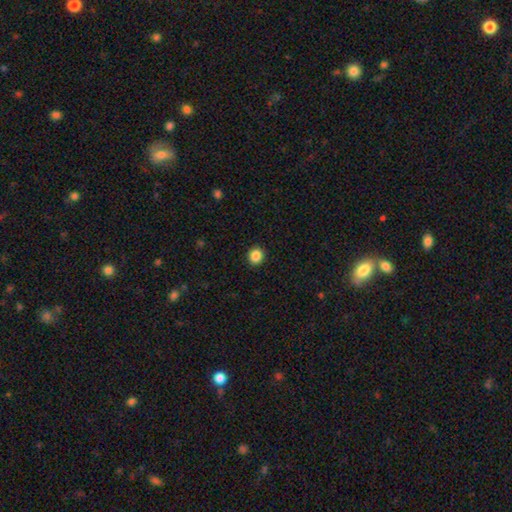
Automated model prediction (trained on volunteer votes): Smooth or featured? Predicted: smooth (p=0.87). How rounded? Predicted: round (p=0.85). Merging? Predicted: none (p=0.92).